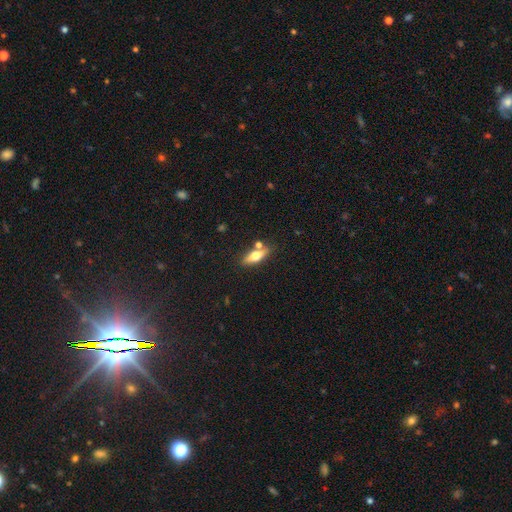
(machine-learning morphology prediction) Smooth or featured?
  - smooth: 54% *
  - featured or disk: 38%
  - star or artifact: 7%
How rounded?
  - in between: 55% *
  - cigar-shaped: 40%
  - round: 4%
Merging?
  - none: 73% *
  - merger: 12%
  - minor disturbance: 12%
  - major disturbance: 3%